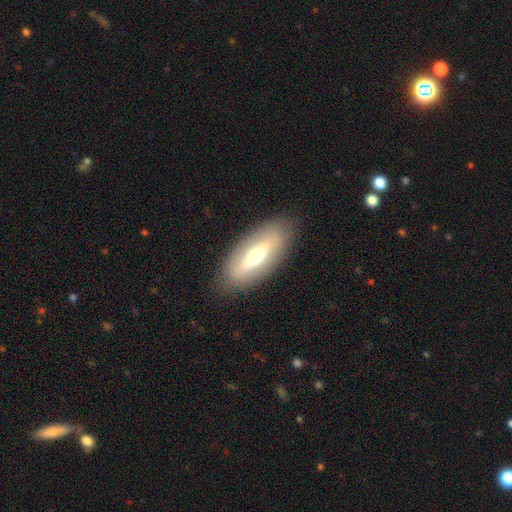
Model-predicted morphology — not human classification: smooth-or-featured: featured or disk: 48% | smooth: 46% | star or artifact: 7%
  merging: none: 86% | minor disturbance: 10% | major disturbance: 3% | merger: 1%